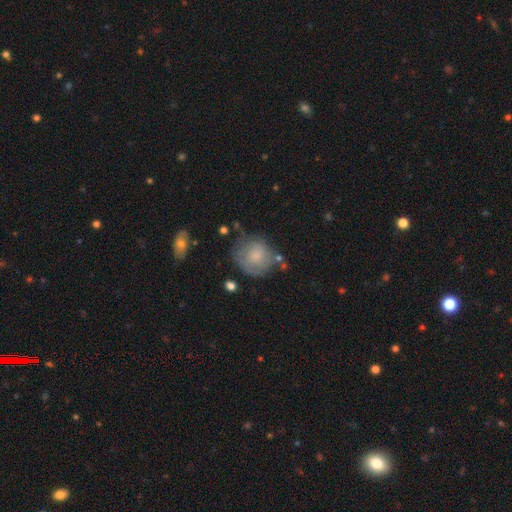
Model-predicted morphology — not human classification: The model was most divided on "merging": none: 53%, minor disturbance: 27%, major disturbance: 15%, merger: 5%. More confident: how rounded — round (83%); smooth or featured — smooth (62%).